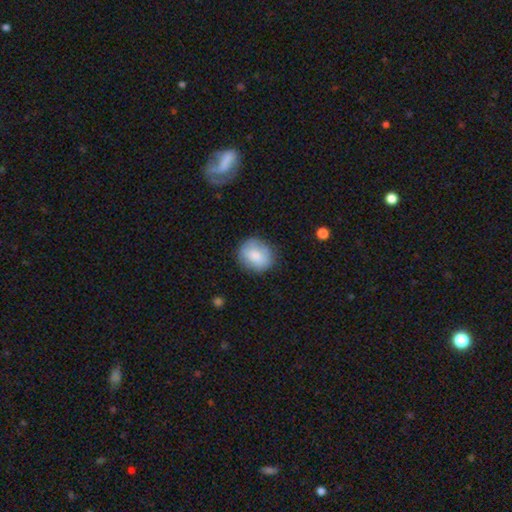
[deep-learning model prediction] Smooth or featured?
  - smooth: 80% *
  - featured or disk: 13%
  - star or artifact: 7%
How rounded?
  - round: 69% *
  - in between: 30%
  - cigar-shaped: 1%
Merging?
  - none: 78% *
  - minor disturbance: 16%
  - major disturbance: 4%
  - merger: 2%